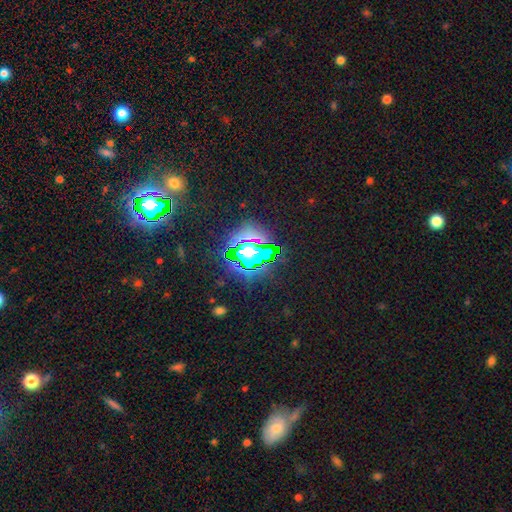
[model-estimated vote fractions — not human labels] The model was most divided on "smooth or featured": star or artifact: 70%, smooth: 19%, featured or disk: 11%.